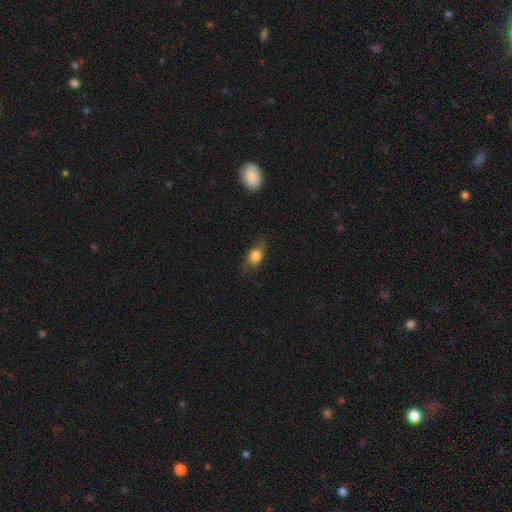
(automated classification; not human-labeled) Overall: smooth (69%). How rounded: in between (60%; round 33%). Merging: none (68%).